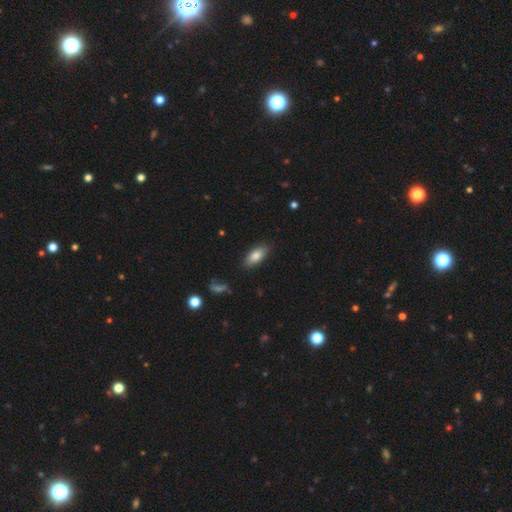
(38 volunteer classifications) smooth-or-featured: smooth: 87% | featured or disk: 11% | star or artifact: 3%
  how-rounded: in between: 88% | cigar-shaped: 9% | round: 3%
  merging: none: 92% | minor disturbance: 5% | merger: 3% | major disturbance: 0%